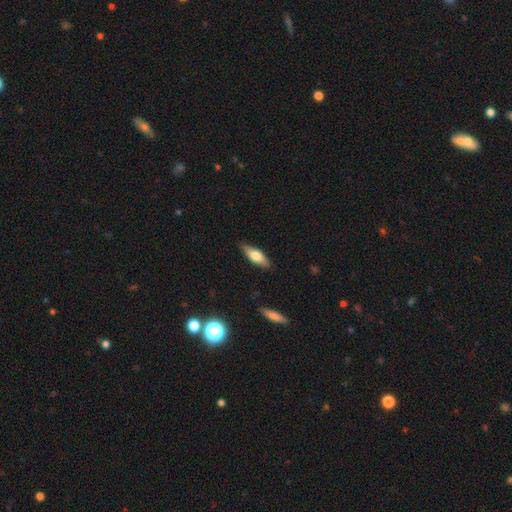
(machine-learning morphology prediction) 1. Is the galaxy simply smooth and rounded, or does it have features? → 64% smooth, 30% featured or disk, 6% star or artifact.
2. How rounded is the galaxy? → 59% in between, 39% cigar-shaped, 2% round.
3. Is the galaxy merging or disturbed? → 86% none, 11% minor disturbance, 2% major disturbance, 1% merger.